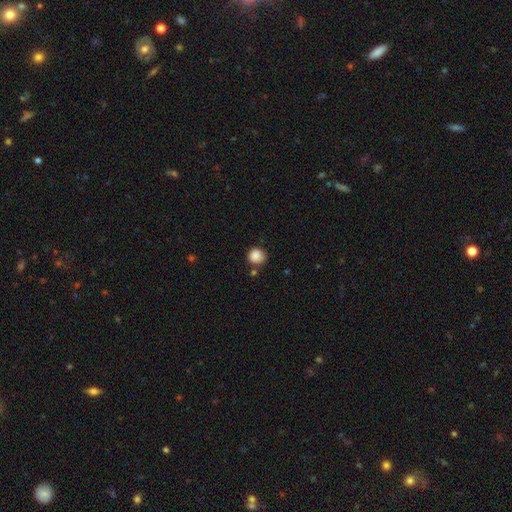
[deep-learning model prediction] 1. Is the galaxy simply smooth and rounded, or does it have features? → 87% smooth, 9% star or artifact, 4% featured or disk.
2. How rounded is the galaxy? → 87% round, 12% in between, 1% cigar-shaped.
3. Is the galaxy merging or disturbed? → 70% none, 18% minor disturbance, 7% merger, 5% major disturbance.